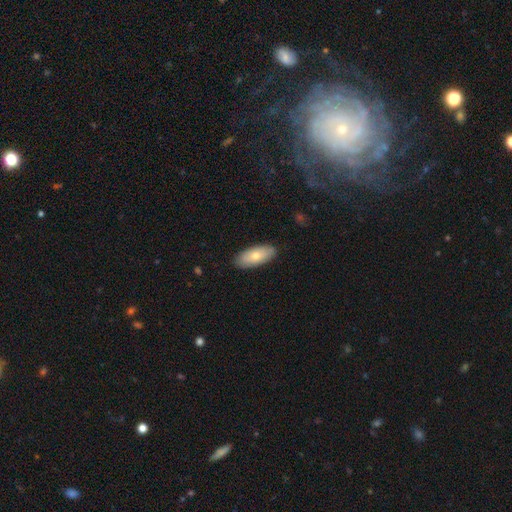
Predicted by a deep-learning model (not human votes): Smooth or featured? Predicted: smooth (p=0.74). How rounded? Predicted: in between (p=0.85). Merging? Predicted: none (p=0.88).